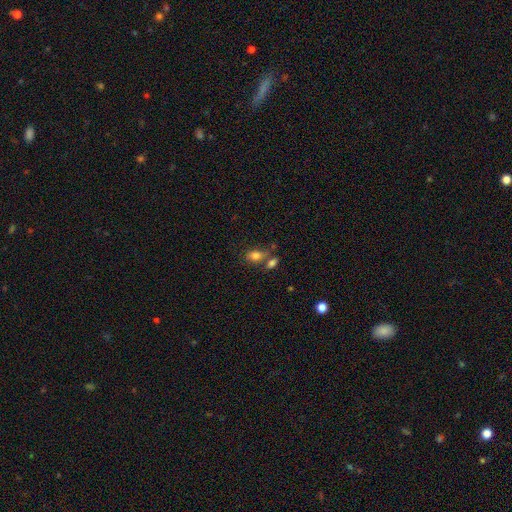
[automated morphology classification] smooth-or-featured: smooth: 80% | star or artifact: 11% | featured or disk: 9%
  how-rounded: in between: 78% | round: 19% | cigar-shaped: 3%
  merging: none: 50% | merger: 31% | minor disturbance: 14% | major disturbance: 5%